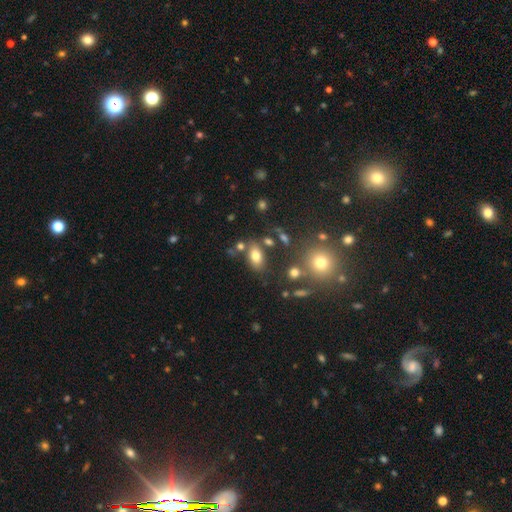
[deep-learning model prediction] Morphology: type=smooth (76%); roundness=in between (87%); merging=none (71%).